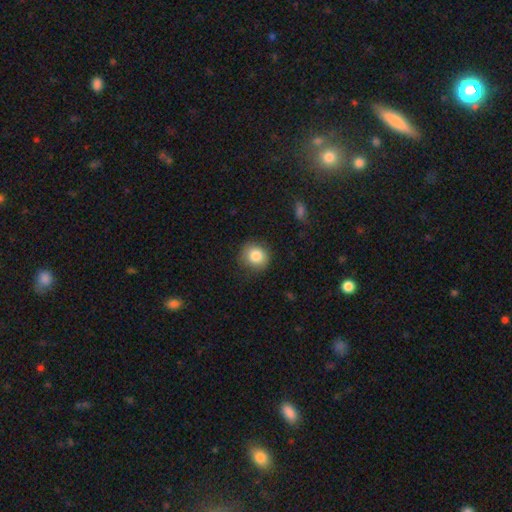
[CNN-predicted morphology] Overall: smooth (84%). How rounded: round (87%). Merging: none (82%).